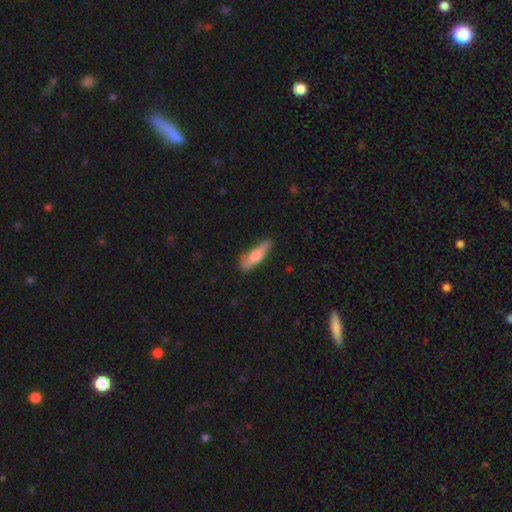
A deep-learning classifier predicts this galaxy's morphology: Smooth or featured?
  - smooth: 68% *
  - featured or disk: 27%
  - star or artifact: 6%
How rounded?
  - cigar-shaped: 68% *
  - in between: 30%
  - round: 2%
Merging?
  - none: 80% *
  - minor disturbance: 15%
  - major disturbance: 3%
  - merger: 2%